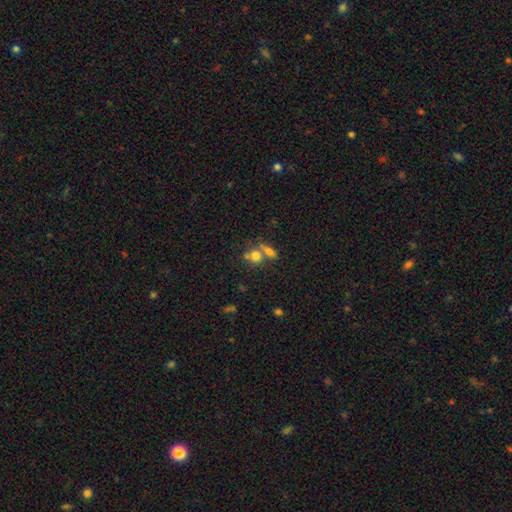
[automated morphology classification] A smooth galaxy with no disk features (71%) that is round (60%). Merging: merger (45%).